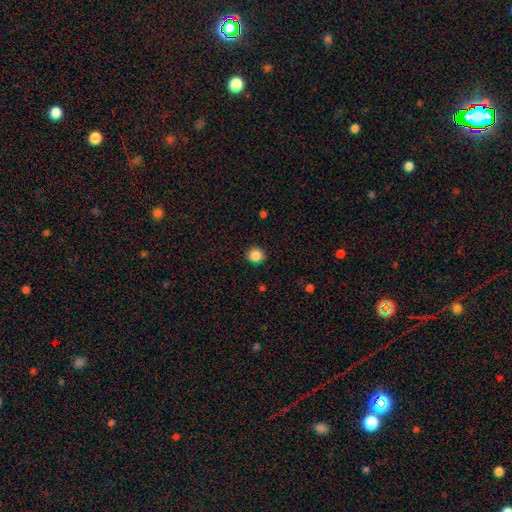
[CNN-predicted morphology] smooth-or-featured: smooth: 86% | star or artifact: 10% | featured or disk: 4%
  how-rounded: round: 87% | in between: 12% | cigar-shaped: 1%
  merging: none: 86% | minor disturbance: 10% | major disturbance: 2% | merger: 2%